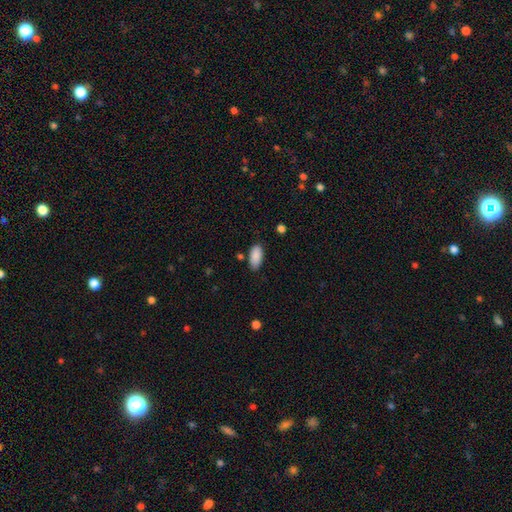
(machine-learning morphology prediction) This is clearly a smooth galaxy (90%). How rounded: clearly in between (93%). Merging: clearly none (82%).